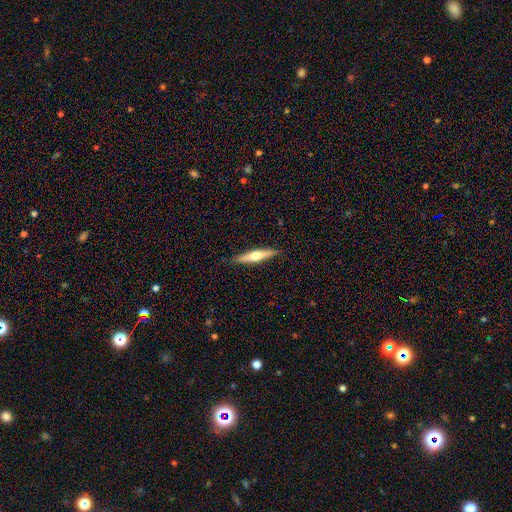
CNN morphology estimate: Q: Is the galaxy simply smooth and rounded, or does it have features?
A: featured or disk — 54%.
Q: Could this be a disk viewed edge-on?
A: yes — 96%.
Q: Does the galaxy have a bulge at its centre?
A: rounded — 89%.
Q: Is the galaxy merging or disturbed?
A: none — 89%.